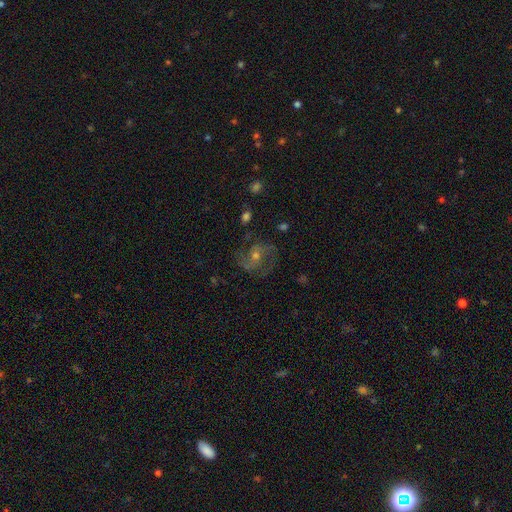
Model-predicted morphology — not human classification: Smooth or featured? featured or disk (77%)
Edge-on disk? no (97%)
Bar? no (56%)
Spiral arms? yes (93%)
Spiral winding? medium (56%)
Spiral arm count? 2 (68%)
Bulge size? moderate (49%)
Merging? none (73%)